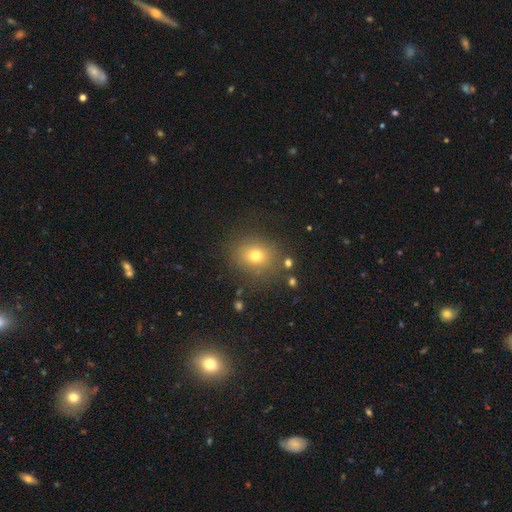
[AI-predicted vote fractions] This is likely a smooth galaxy (72%). How rounded: likely round (69%). Merging: clearly none (81%).